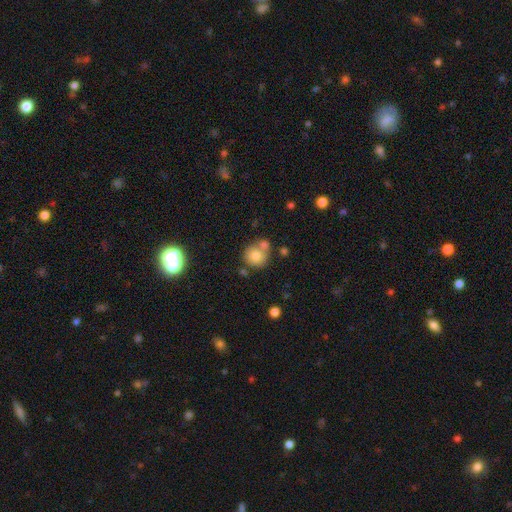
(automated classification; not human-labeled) Smooth or featured? smooth (76%)
How rounded? round (89%)
Merging? none (56%)